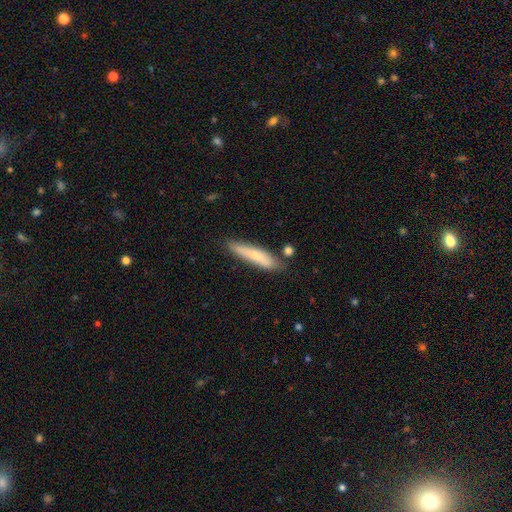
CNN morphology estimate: A smooth galaxy with no disk features (71%) that is cigar-shaped (87%). Merging: none (76%).